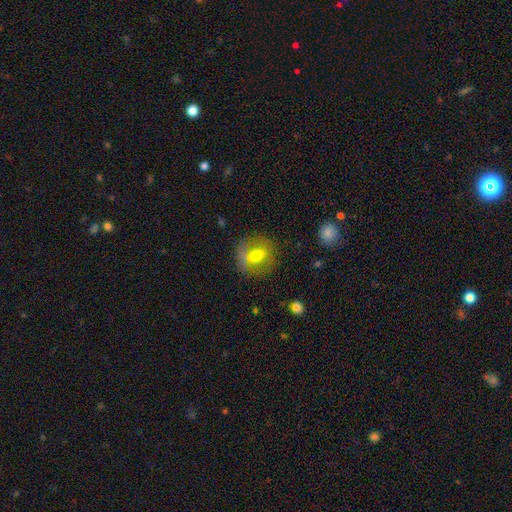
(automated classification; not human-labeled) Smooth or featured?
  - smooth: 53% *
  - featured or disk: 38%
  - star or artifact: 10%
How rounded?
  - round: 78% *
  - in between: 21%
  - cigar-shaped: 2%
Merging?
  - none: 73% *
  - minor disturbance: 16%
  - major disturbance: 8%
  - merger: 3%